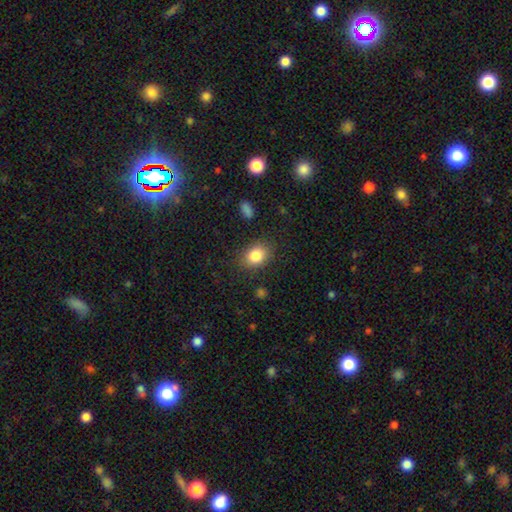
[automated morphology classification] Smooth or featured? Predicted: smooth (p=0.84). How rounded? Predicted: in between (p=0.61). Merging? Predicted: none (p=0.84).